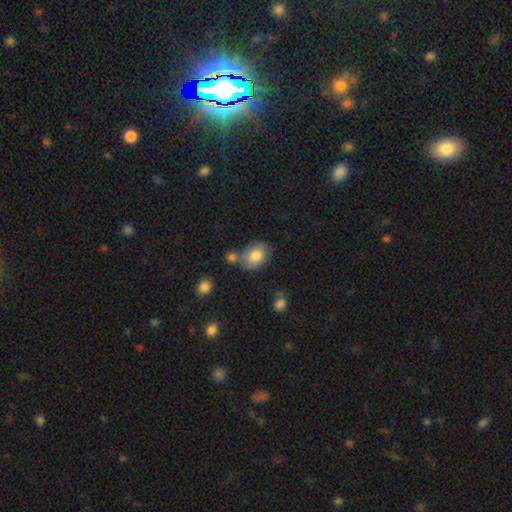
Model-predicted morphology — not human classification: Smooth or featured? Predicted: smooth (p=0.81). How rounded? Predicted: in between (p=0.73). Merging? Predicted: none (p=0.58).